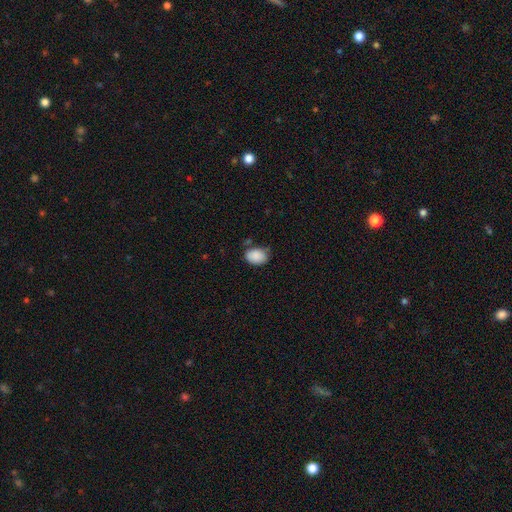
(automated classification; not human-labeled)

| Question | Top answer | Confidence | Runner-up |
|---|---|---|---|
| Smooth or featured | smooth | 88% | star or artifact (7%) |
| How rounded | in between | 76% | round (23%) |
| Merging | none | 65% | minor disturbance (25%) |